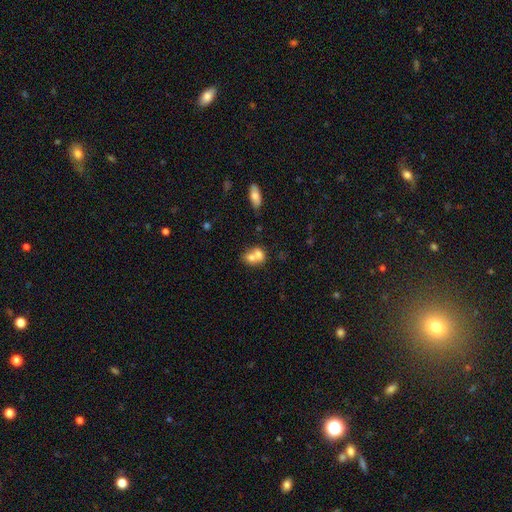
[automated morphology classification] type=smooth (68%); roundness=round (50%); merging=merger (68%).